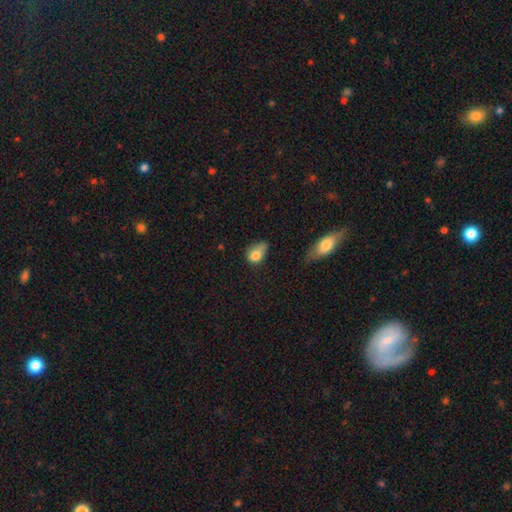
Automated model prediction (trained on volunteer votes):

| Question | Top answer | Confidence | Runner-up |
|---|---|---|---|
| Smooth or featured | smooth | 76% | featured or disk (14%) |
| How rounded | in between | 71% | round (27%) |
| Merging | minor disturbance | 42% | major disturbance (29%) |